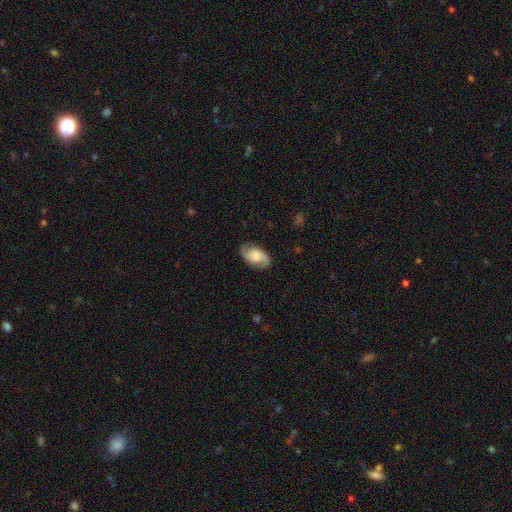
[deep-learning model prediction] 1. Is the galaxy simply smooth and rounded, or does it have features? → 73% featured or disk, 21% smooth, 7% star or artifact.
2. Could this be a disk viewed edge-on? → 97% no, 3% yes.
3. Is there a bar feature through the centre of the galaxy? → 59% no, 33% weak, 8% strong.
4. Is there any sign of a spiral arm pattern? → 95% yes, 5% no.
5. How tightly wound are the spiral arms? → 47% medium, 27% tight, 26% loose.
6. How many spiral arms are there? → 90% 2, 4% can't tell, 2% 1, 1% 3, 1% 4, 1% more than 4.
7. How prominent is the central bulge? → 27% moderate, 23% large, 23% none, 22% small, 4% dominant.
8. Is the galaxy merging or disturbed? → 80% none, 14% minor disturbance, 4% major disturbance, 1% merger.